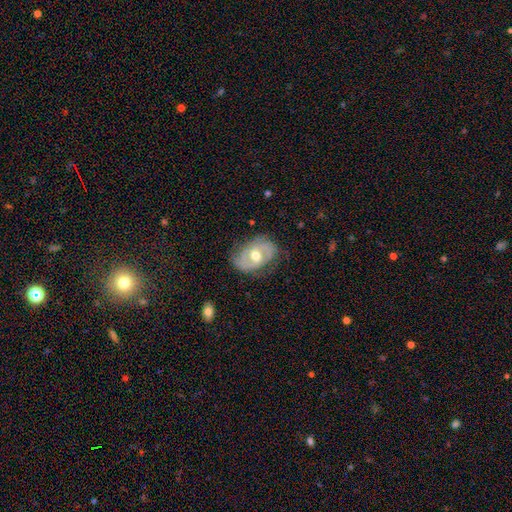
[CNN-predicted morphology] smooth_or_featured: featured or disk (p=0.81) [alt: smooth p=0.13]
disk_edge_on: no (p=0.96) [alt: yes p=0.04]
bar: no (p=0.51) [alt: weak p=0.38]
has_spiral_arms: yes (p=0.90) [alt: no p=0.10]
spiral_winding: medium (p=0.42) [tied with: tight p=0.42]
spiral_arm_count: 2 (p=0.77) [alt: can't tell p=0.12]
bulge_size: moderate (p=0.78) [alt: small p=0.13]
merging: none (p=0.73) [alt: minor disturbance p=0.20]